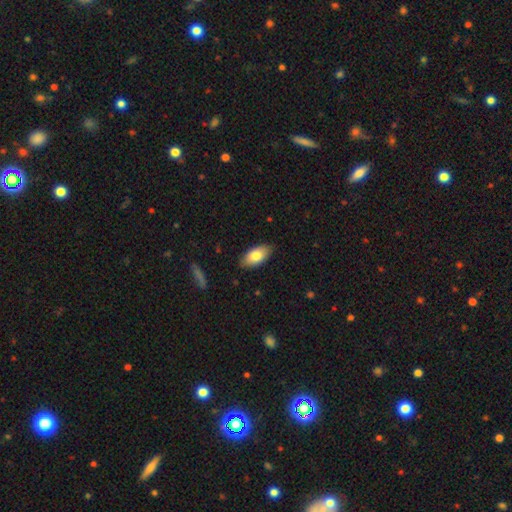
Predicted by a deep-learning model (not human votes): Smooth or featured?
  - smooth: 80% *
  - featured or disk: 14%
  - star or artifact: 6%
How rounded?
  - in between: 93% *
  - cigar-shaped: 4%
  - round: 3%
Merging?
  - none: 86% *
  - minor disturbance: 11%
  - major disturbance: 2%
  - merger: 1%